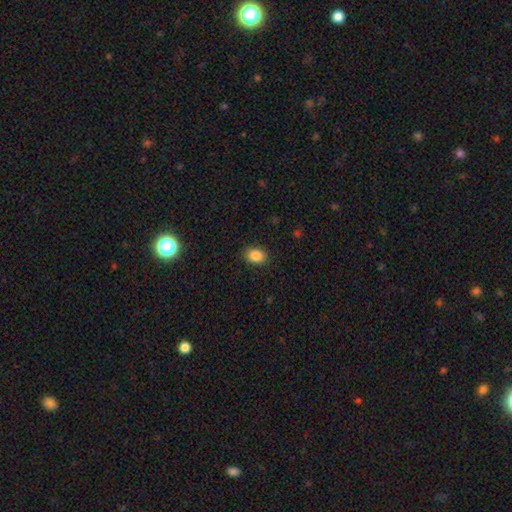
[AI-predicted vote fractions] Smooth or featured?
  - smooth: 86% *
  - star or artifact: 9%
  - featured or disk: 4%
How rounded?
  - in between: 67% *
  - round: 32%
  - cigar-shaped: 1%
Merging?
  - none: 89% *
  - minor disturbance: 8%
  - major disturbance: 2%
  - merger: 1%